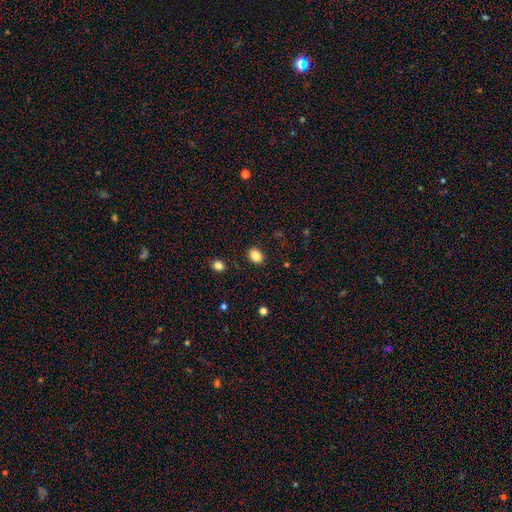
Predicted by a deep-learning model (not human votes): smooth-or-featured: smooth: 86% | star or artifact: 10% | featured or disk: 5%
  how-rounded: in between: 64% | round: 35% | cigar-shaped: 1%
  merging: none: 88% | minor disturbance: 9% | major disturbance: 2% | merger: 1%